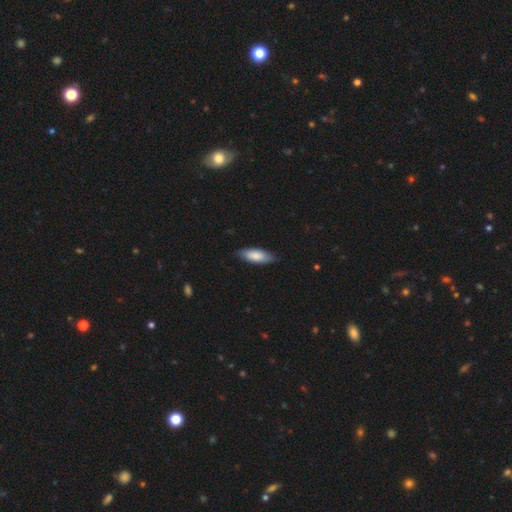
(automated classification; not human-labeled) Smooth or featured?
  - smooth: 82% *
  - featured or disk: 12%
  - star or artifact: 5%
How rounded?
  - in between: 68% *
  - cigar-shaped: 30%
  - round: 2%
Merging?
  - none: 84% *
  - minor disturbance: 13%
  - major disturbance: 2%
  - merger: 1%